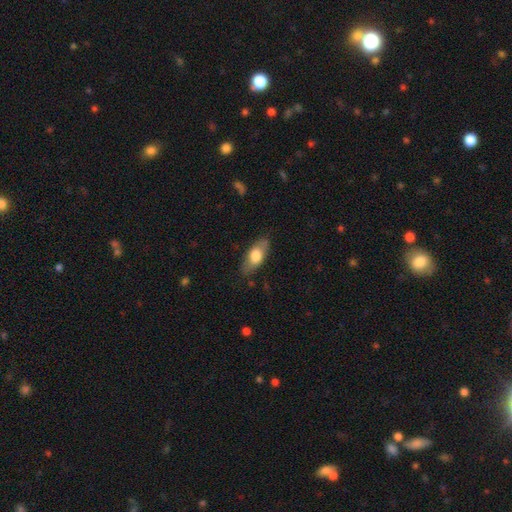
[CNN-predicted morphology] Smooth or featured? Predicted: smooth (p=0.66). How rounded? Predicted: in between (p=0.77). Merging? Predicted: none (p=0.81).